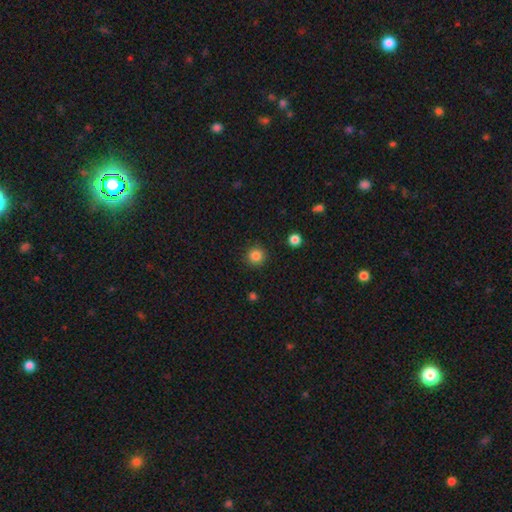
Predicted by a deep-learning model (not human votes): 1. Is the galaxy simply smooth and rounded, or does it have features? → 85% smooth, 12% star or artifact, 4% featured or disk.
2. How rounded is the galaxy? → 95% round, 4% in between, 1% cigar-shaped.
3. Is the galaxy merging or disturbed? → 91% none, 5% minor disturbance, 2% major disturbance, 1% merger.